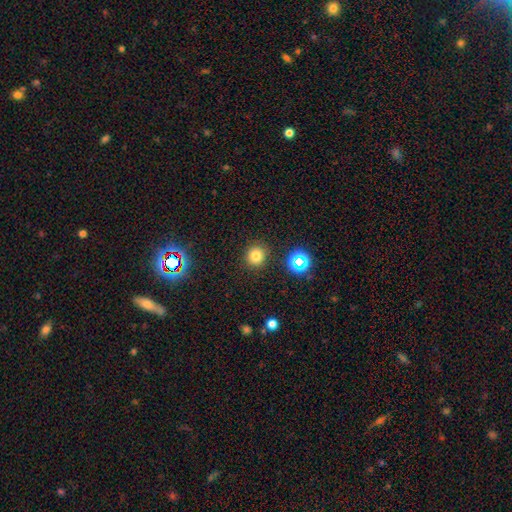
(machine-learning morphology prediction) The model was most divided on "smooth or featured": smooth: 76%, star or artifact: 17%, featured or disk: 6%. More confident: how rounded — round (91%); merging — none (89%).